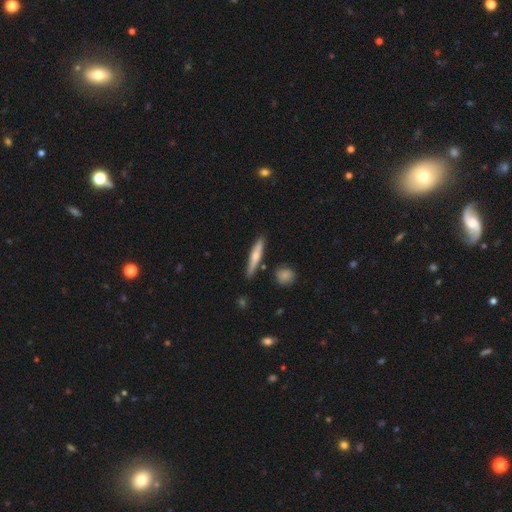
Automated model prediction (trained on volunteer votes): Q: Smooth or featured?
A: smooth (57%); runner-up: featured or disk (37%)
Q: How rounded?
A: cigar-shaped (88%); runner-up: in between (10%)
Q: Merging?
A: none (84%); runner-up: minor disturbance (10%)